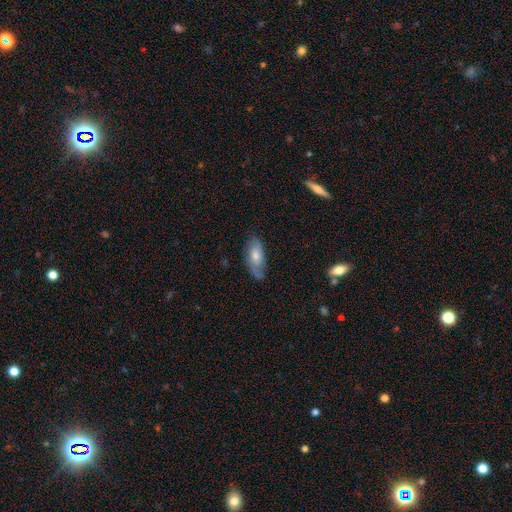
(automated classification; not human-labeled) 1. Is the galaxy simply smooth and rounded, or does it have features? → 53% smooth, 39% featured or disk, 8% star or artifact.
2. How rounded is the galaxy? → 80% in between, 17% cigar-shaped, 3% round.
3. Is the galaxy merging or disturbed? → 67% none, 25% minor disturbance, 6% major disturbance, 2% merger.